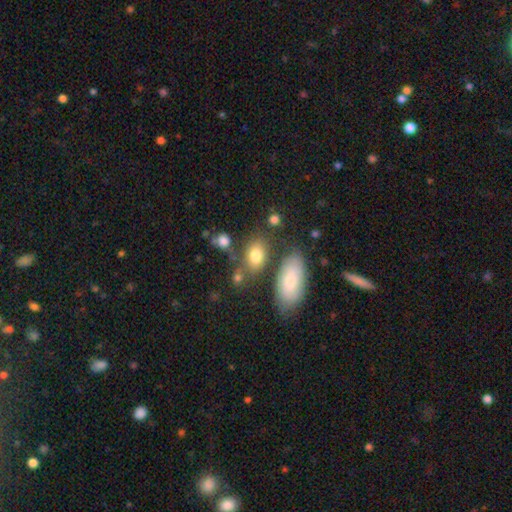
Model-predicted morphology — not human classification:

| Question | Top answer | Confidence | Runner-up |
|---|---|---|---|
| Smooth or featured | smooth | 80% | featured or disk (10%) |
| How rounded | in between | 82% | round (16%) |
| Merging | none | 64% | minor disturbance (16%) |